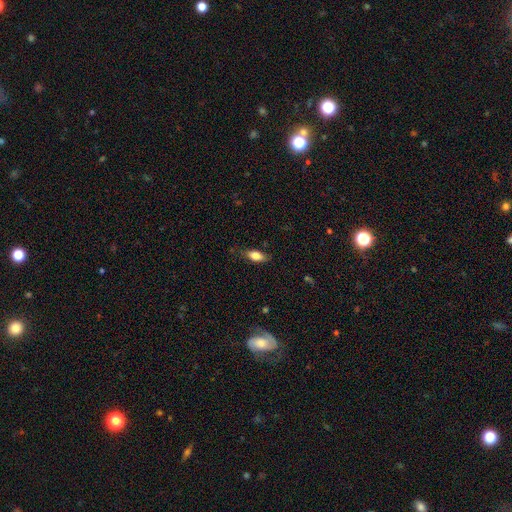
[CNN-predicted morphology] This is likely a smooth galaxy (74%). How rounded: likely in between (79%). Merging: likely none (77%).